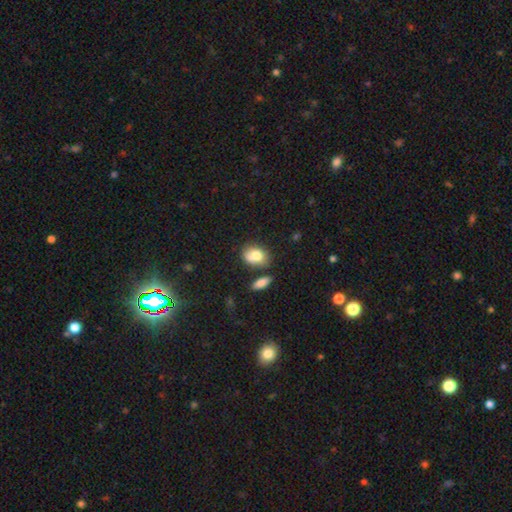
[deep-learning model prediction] smooth 78%, featured or disk 14%, star or artifact 8%. Down the decision tree: how rounded — in between (70%); merging — none (55%).